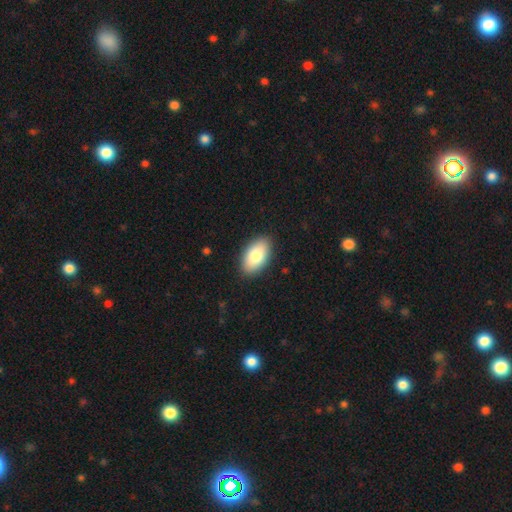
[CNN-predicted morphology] Smooth or featured? smooth (82%)
How rounded? in between (94%)
Merging? none (89%)